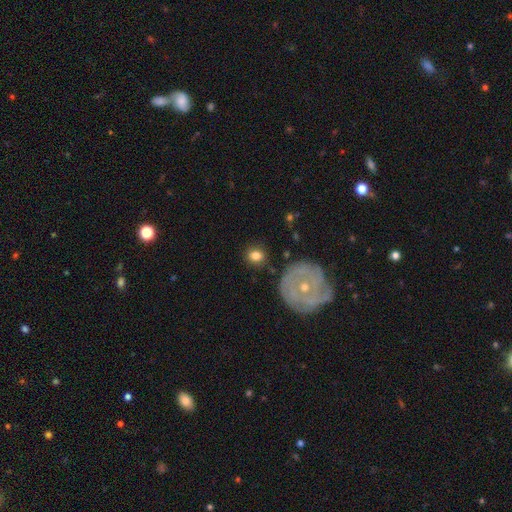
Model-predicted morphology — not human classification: This appears to be a smooth galaxy with no disk features (78%) that is round (80%). Merging: none (84%).